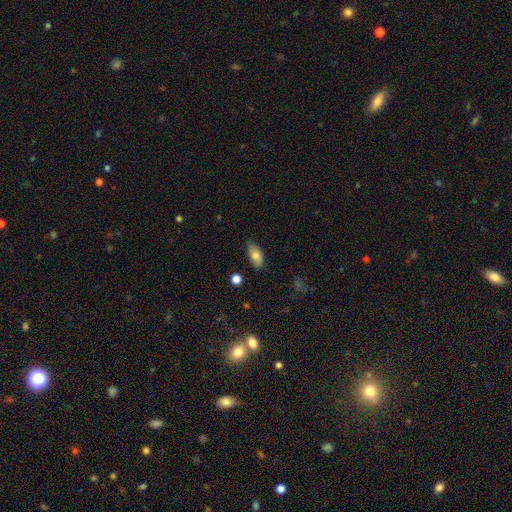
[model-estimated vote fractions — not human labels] Morphology: type=smooth (80%); roundness=in between (91%); merging=none (76%).